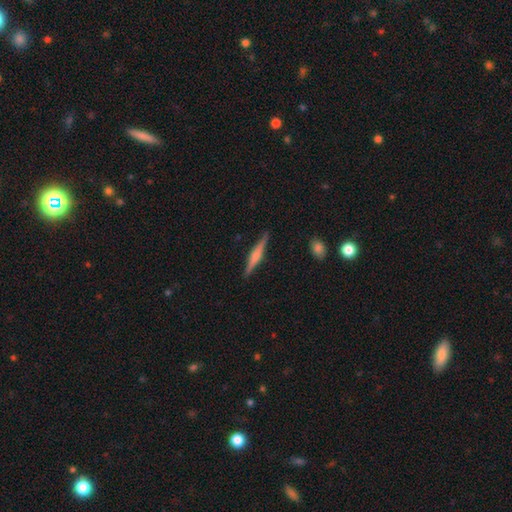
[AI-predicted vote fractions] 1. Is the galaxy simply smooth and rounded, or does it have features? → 63% featured or disk, 31% smooth, 6% star or artifact.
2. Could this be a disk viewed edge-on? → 98% yes, 2% no.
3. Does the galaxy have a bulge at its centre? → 66% rounded, 21% boxy, 12% none.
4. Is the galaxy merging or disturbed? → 89% none, 8% minor disturbance, 2% major disturbance, 1% merger.